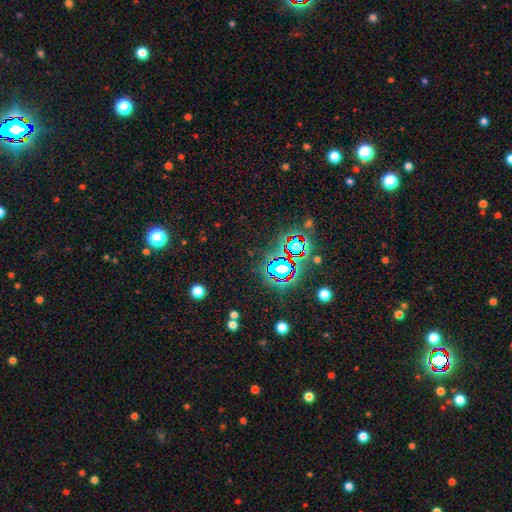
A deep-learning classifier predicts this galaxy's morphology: smooth-or-featured: star or artifact: 80% | smooth: 12% | featured or disk: 8%